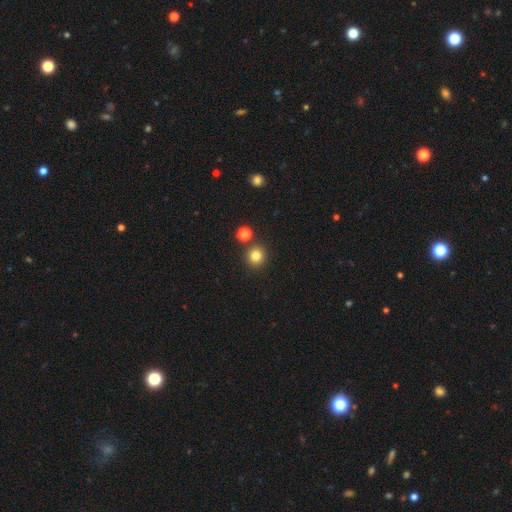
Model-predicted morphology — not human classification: smooth_or_featured: smooth (p=0.81) [alt: star or artifact p=0.14]
how_rounded: round (p=0.93) [alt: in between p=0.06]
merging: none (p=0.84) [alt: merger p=0.08]